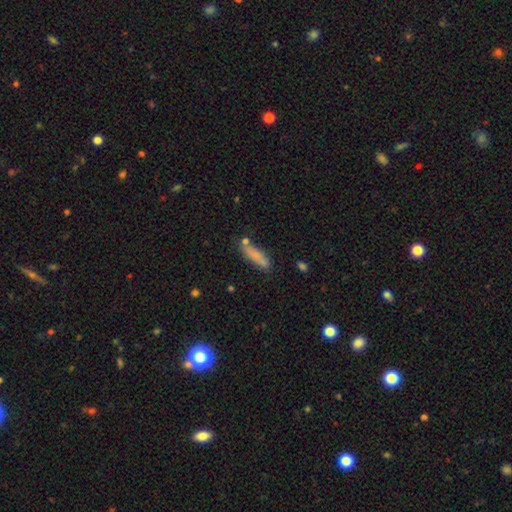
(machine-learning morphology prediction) This appears to be a smooth galaxy with no disk features (80%) that is cigar-shaped (74%). Merging: none (73%).